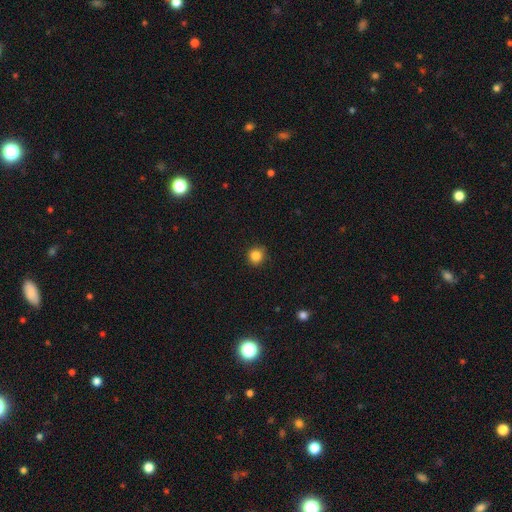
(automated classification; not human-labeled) Q: Smooth or featured?
A: smooth (85%); runner-up: star or artifact (11%)
Q: How rounded?
A: round (91%); runner-up: in between (8%)
Q: Merging?
A: none (89%); runner-up: minor disturbance (8%)